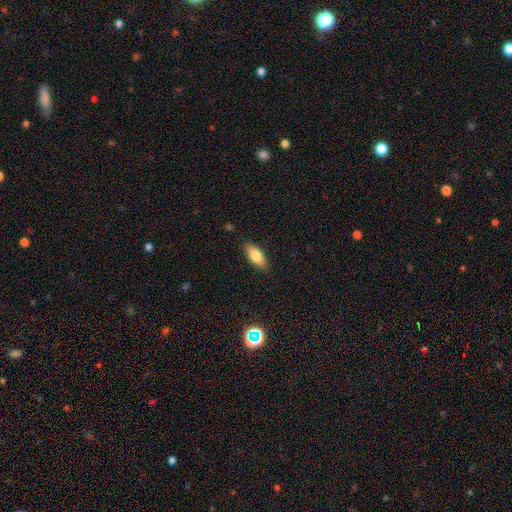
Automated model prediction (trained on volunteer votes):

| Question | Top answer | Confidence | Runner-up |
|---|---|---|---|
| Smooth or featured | smooth | 80% | featured or disk (13%) |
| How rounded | in between | 82% | cigar-shaped (15%) |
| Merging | none | 85% | minor disturbance (11%) |